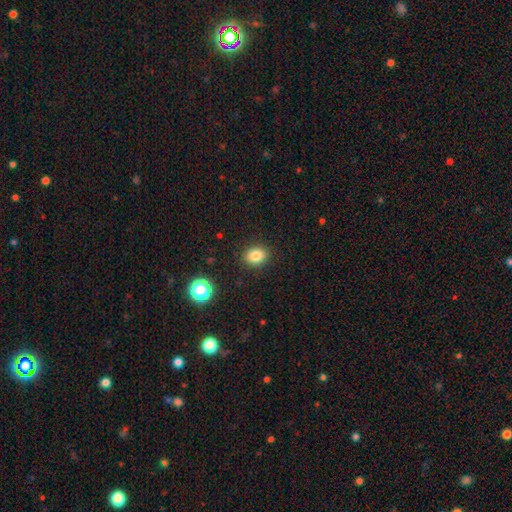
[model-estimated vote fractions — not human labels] Smooth or featured: smooth — 83% (star or artifact — 11%)
How rounded: in between — 51% (round — 48%)
Merging: none — 89% (minor disturbance — 7%)